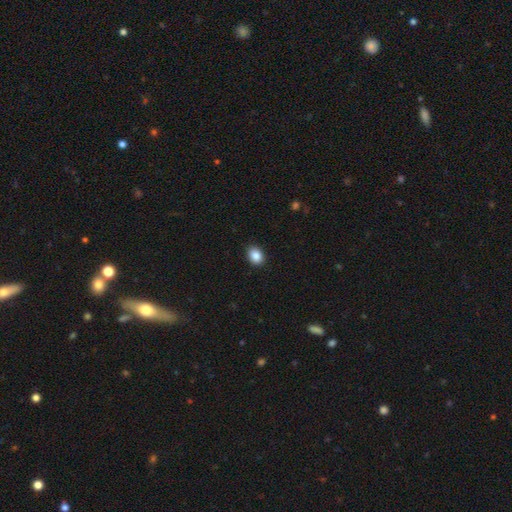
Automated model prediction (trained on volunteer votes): Morphology: type=smooth (88%); roundness=in between (65%); merging=none (89%).